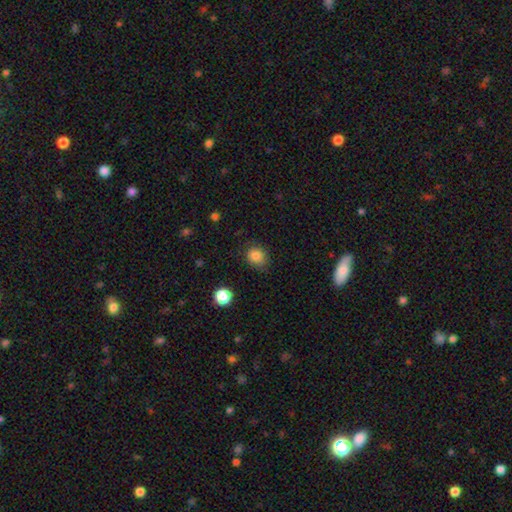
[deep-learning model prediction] Overall: smooth (84%). How rounded: round (75%). Merging: none (77%).